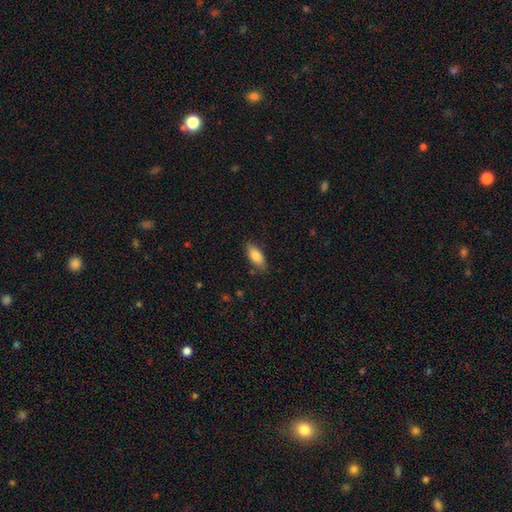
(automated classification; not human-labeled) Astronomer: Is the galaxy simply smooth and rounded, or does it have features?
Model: smooth — 84%.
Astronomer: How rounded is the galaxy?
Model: in between — 82%.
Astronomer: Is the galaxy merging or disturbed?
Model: none — 82%.